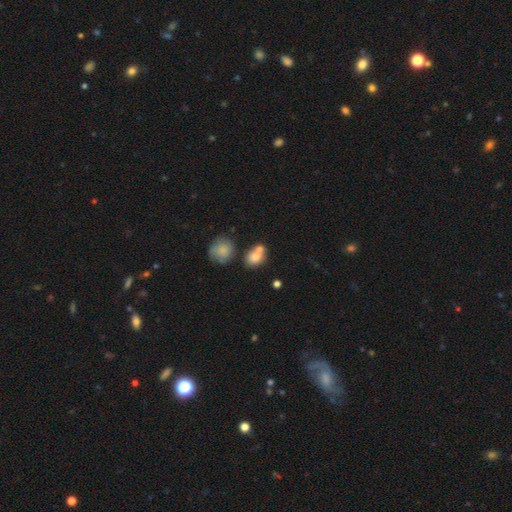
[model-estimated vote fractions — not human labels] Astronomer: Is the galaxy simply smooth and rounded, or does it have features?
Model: smooth — 77%.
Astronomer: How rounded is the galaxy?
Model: in between — 56% (runner-up: round, 43%).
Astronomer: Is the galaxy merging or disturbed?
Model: merger — 45% (runner-up: none, 39%).